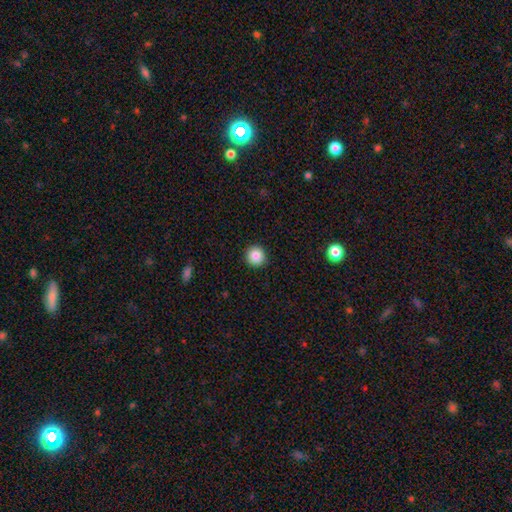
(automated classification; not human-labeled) Smooth or featured? smooth (86%)
How rounded? round (95%)
Merging? none (93%)